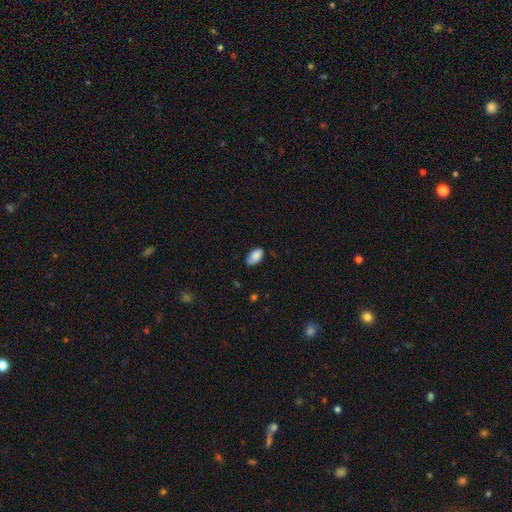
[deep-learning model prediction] Smooth or featured: smooth — 85% (star or artifact — 7%)
How rounded: in between — 94% (round — 5%)
Merging: none — 66% (minor disturbance — 28%)